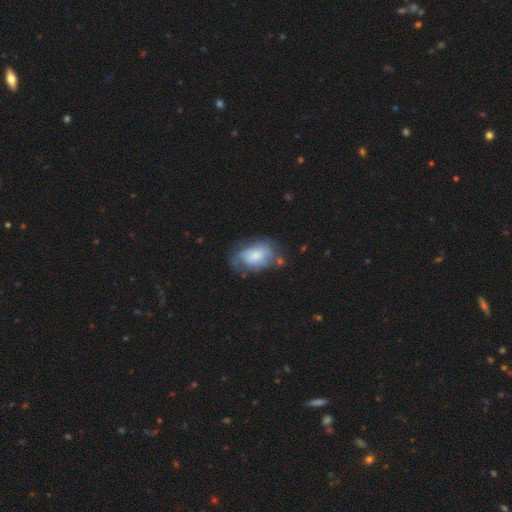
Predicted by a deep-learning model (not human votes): Morphology: type=smooth (62%); roundness=in between (88%); merging=none (48%).